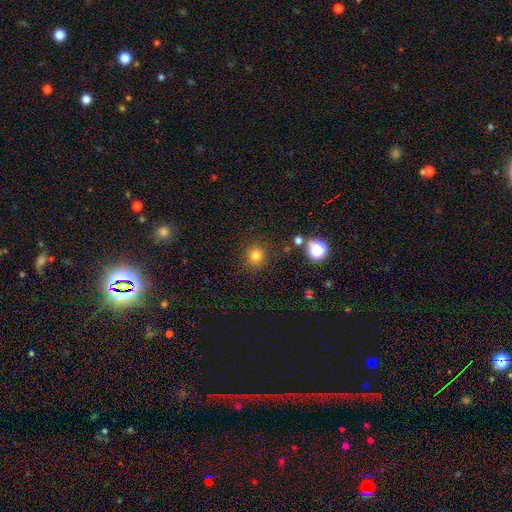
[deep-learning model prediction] A smooth galaxy with no disk features (79%) that is round (91%).

Vote fractions:
- Smooth or featured? smooth: 79% / star or artifact: 15% / featured or disk: 6%
- How rounded? round: 91% / in between: 8% / cigar-shaped: 1%
- Merging? none: 88% / minor disturbance: 7% / major disturbance: 3% / merger: 2%